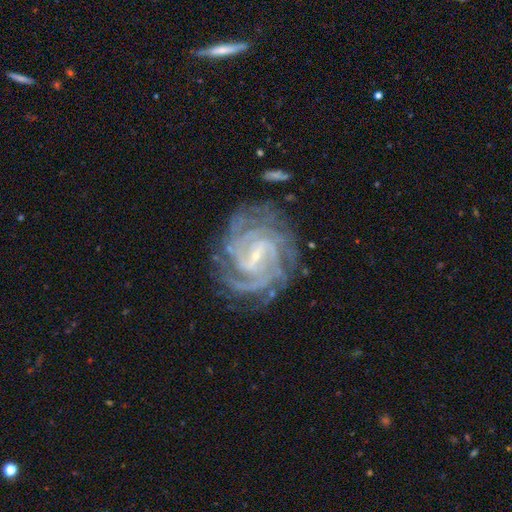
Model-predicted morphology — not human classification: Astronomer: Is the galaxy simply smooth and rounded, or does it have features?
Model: featured or disk — 91%.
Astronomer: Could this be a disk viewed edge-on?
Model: no — 98%.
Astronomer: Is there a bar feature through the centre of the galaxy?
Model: weak — 46% (runner-up: strong, 40%).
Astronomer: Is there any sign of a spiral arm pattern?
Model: yes — 98%.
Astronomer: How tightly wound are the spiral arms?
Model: tight — 65%.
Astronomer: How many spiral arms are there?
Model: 4 — 30% (runner-up: can't tell, 19%).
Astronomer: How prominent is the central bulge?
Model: small — 81%.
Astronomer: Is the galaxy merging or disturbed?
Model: none — 75%.